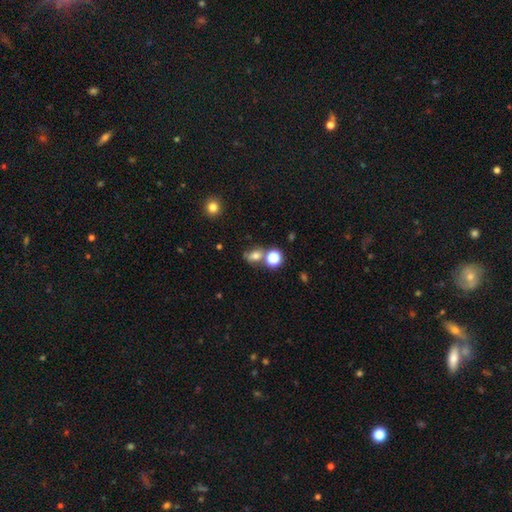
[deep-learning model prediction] Q: Smooth or featured?
A: smooth (62%); runner-up: star or artifact (21%)
Q: How rounded?
A: round (49%); runner-up: in between (48%)
Q: Merging?
A: none (52%); runner-up: merger (26%)